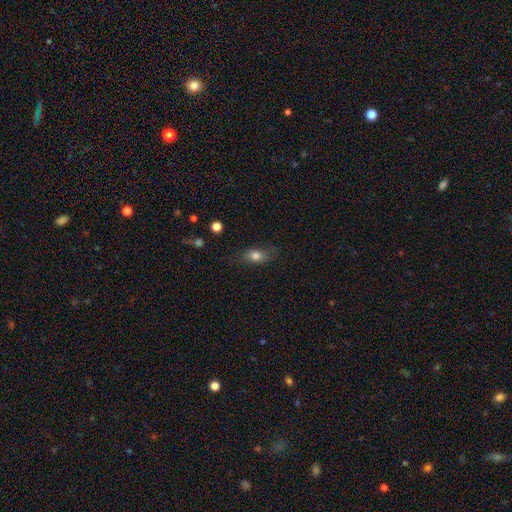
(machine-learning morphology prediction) Smooth or featured? smooth (79%)
How rounded? in between (80%)
Merging? none (76%)